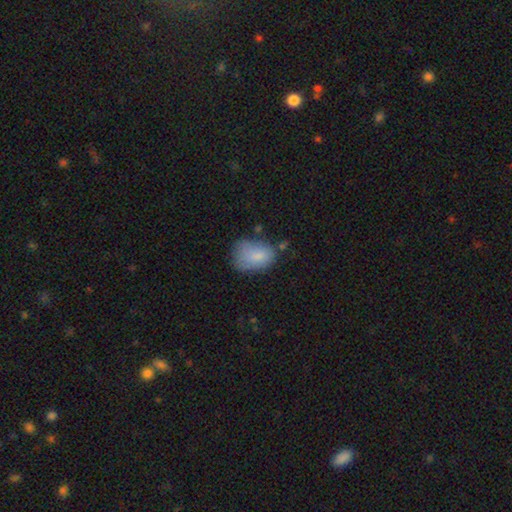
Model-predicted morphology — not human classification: This is likely a smooth galaxy (80%). How rounded: likely in between (80%). Merging: possibly none (46%).